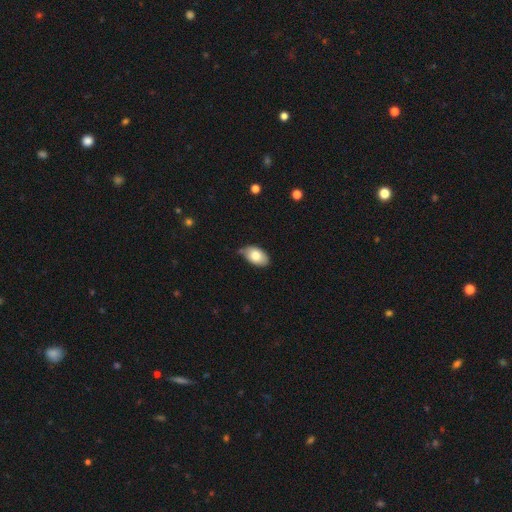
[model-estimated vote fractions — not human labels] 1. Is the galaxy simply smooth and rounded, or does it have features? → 79% smooth, 14% featured or disk, 7% star or artifact.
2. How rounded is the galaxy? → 92% in between, 7% round, 1% cigar-shaped.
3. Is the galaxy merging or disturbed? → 67% none, 27% minor disturbance, 4% major disturbance, 3% merger.